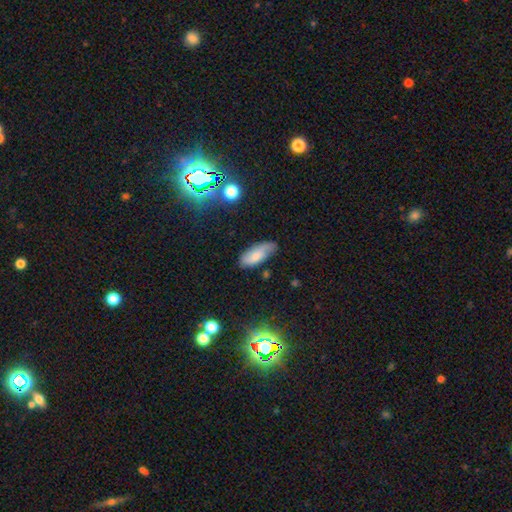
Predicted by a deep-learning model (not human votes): Morphology: type=smooth (67%); roundness=in between (81%); merging=none (64%).